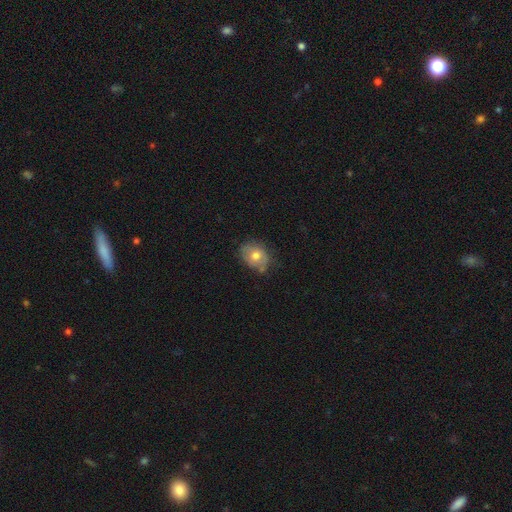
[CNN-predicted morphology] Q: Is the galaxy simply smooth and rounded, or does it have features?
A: smooth — 68%.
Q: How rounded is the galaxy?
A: in between — 59%.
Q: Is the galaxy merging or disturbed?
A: none — 58%.